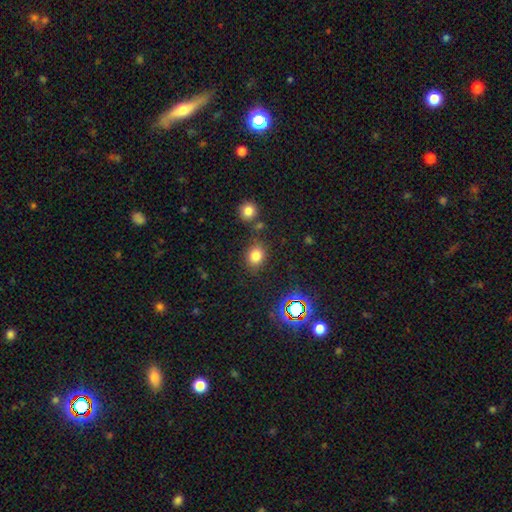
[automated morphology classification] Q: Smooth or featured?
A: smooth (77%); runner-up: star or artifact (17%)
Q: How rounded?
A: round (62%); runner-up: in between (37%)
Q: Merging?
A: none (78%); runner-up: minor disturbance (12%)